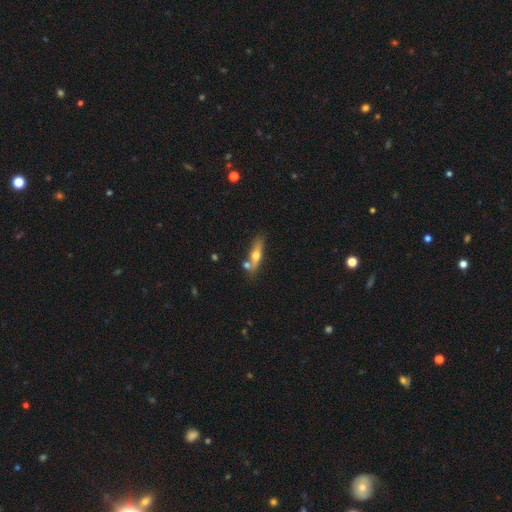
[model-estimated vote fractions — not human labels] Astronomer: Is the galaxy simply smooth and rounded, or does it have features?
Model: featured or disk — 47% (runner-up: smooth, 46%).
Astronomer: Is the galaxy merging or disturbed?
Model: none — 59%.